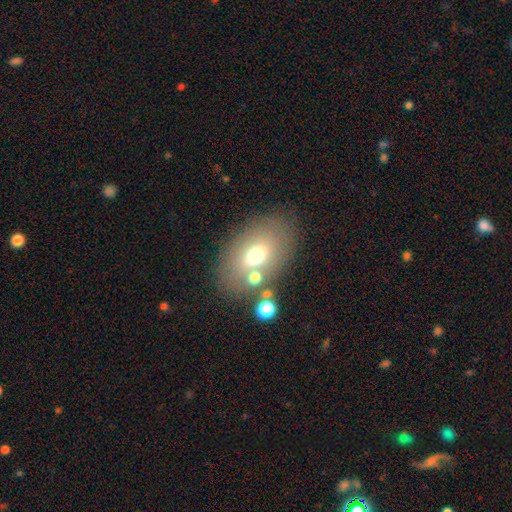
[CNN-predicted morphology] Smooth or featured: smooth — 64% (featured or disk — 23%)
How rounded: in between — 83% (round — 16%)
Merging: none — 71% (minor disturbance — 12%)